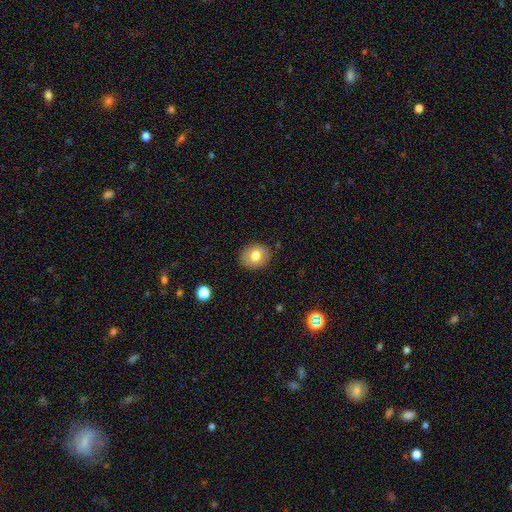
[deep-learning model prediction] smooth-or-featured: smooth: 78% | featured or disk: 13% | star or artifact: 9%
  how-rounded: round: 65% | in between: 34% | cigar-shaped: 1%
  merging: none: 87% | minor disturbance: 9% | major disturbance: 2% | merger: 1%